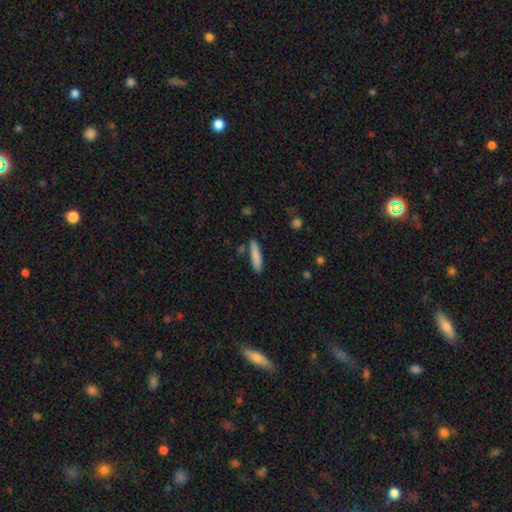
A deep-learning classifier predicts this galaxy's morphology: The model was most divided on "how rounded": cigar-shaped: 82%, in between: 16%, round: 1%. More confident: merging — none (84%); smooth or featured — smooth (84%).